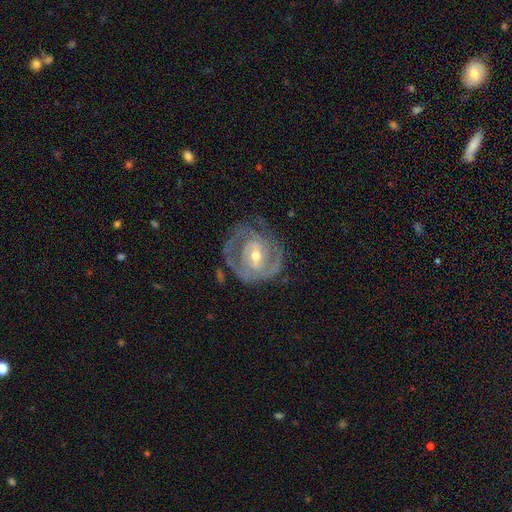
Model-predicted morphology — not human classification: The model was most divided on "bar": weak: 48%, strong: 28%, no: 24%. More confident: edge-on disk — no (97%); spiral arms — yes (91%); smooth or featured — featured or disk (87%); merging — none (64%); bulge size — moderate (61%); spiral winding — tight (59%); spiral arm count — 2 (53%).